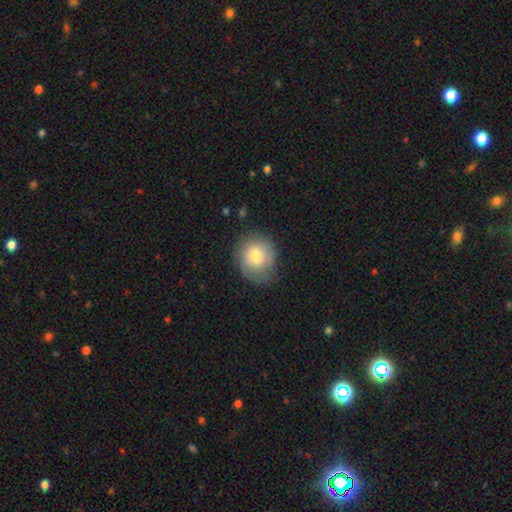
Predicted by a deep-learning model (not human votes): The model was most divided on "smooth or featured": smooth: 69%, featured or disk: 23%, star or artifact: 8%. More confident: how rounded — round (77%); merging — none (70%).